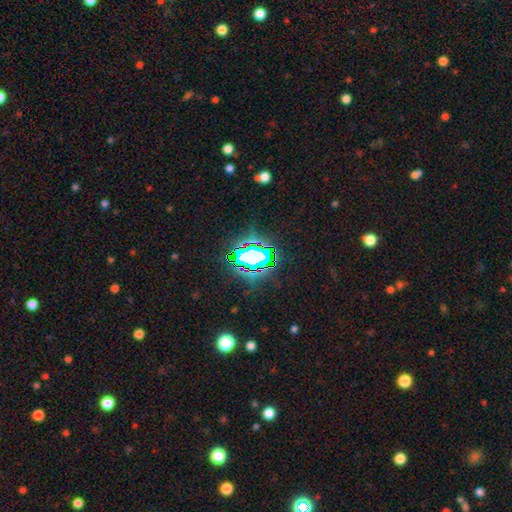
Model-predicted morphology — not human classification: type=star or artifact (68%).